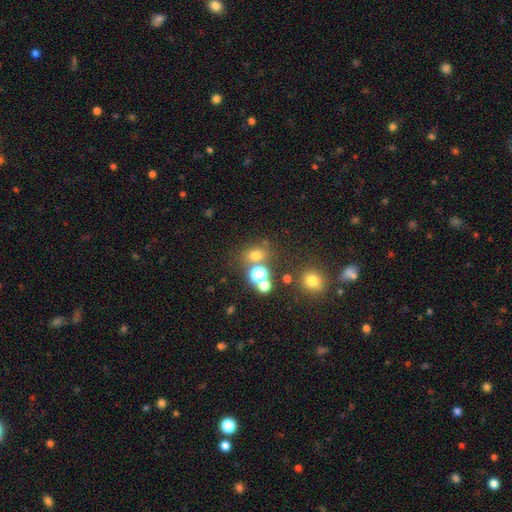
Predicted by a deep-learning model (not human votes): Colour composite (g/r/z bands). It shows a smooth galaxy with no disk features (63%) that is round (64%). Merging: none (66%).